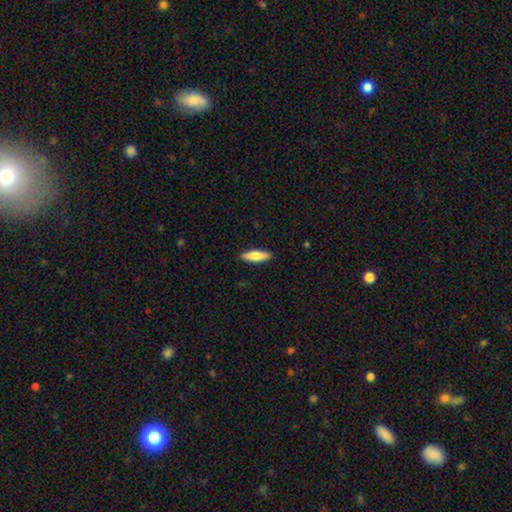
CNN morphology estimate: smooth-or-featured: smooth: 70% | featured or disk: 25% | star or artifact: 6%
  how-rounded: cigar-shaped: 58% | in between: 40% | round: 2%
  merging: none: 90% | minor disturbance: 7% | major disturbance: 2% | merger: 1%